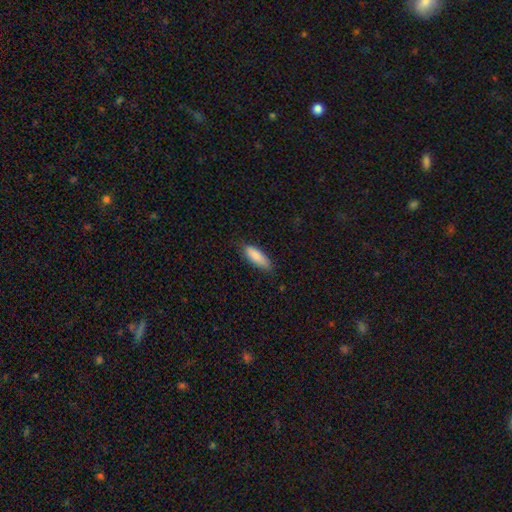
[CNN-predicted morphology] The model was most divided on "how rounded": in between: 63%, cigar-shaped: 35%, round: 2%. More confident: smooth or featured — smooth (87%); merging — none (75%).